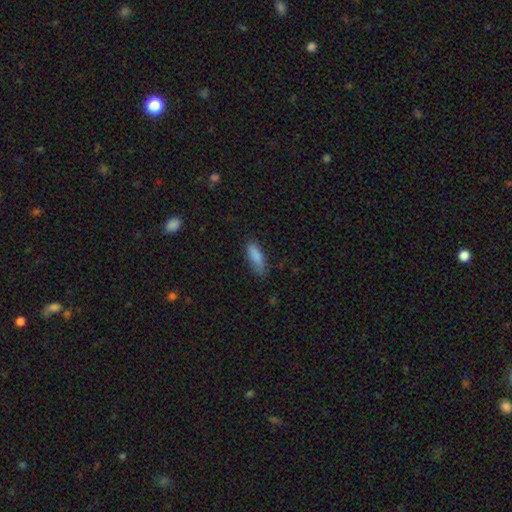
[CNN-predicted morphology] This appears to be a smooth galaxy with no disk features (87%) that is in between round and cigar-shaped (66%). Merging: none (71%).